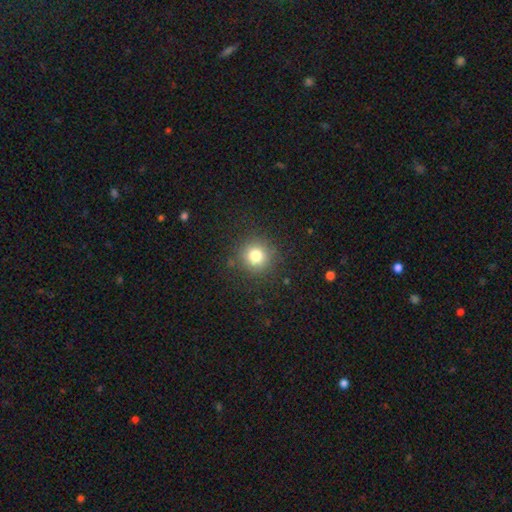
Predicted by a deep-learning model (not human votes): A smooth galaxy with no disk features (79%) that is round (93%).

Vote fractions:
- Smooth or featured? smooth: 79% / star or artifact: 14% / featured or disk: 8%
- How rounded? round: 93% / in between: 6% / cigar-shaped: 1%
- Merging? none: 87% / minor disturbance: 8% / major disturbance: 3% / merger: 1%